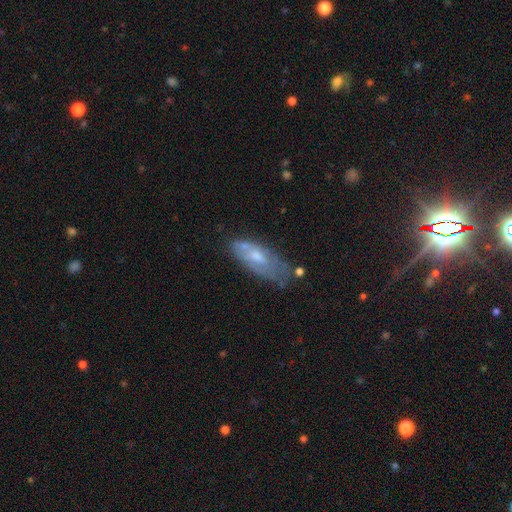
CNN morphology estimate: Smooth or featured?
  - featured or disk: 50% *
  - smooth: 42%
  - star or artifact: 8%
Merging?
  - none: 53% *
  - minor disturbance: 30%
  - major disturbance: 12%
  - merger: 6%